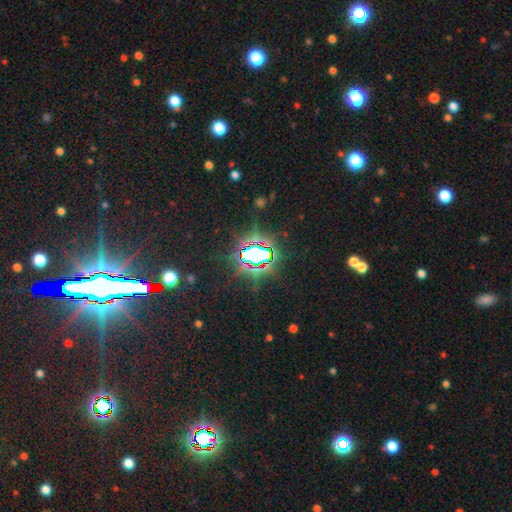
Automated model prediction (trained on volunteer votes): A star or artifact, not a galaxy (83%).

Vote fractions:
- Smooth or featured? star or artifact: 83% / smooth: 9% / featured or disk: 8%